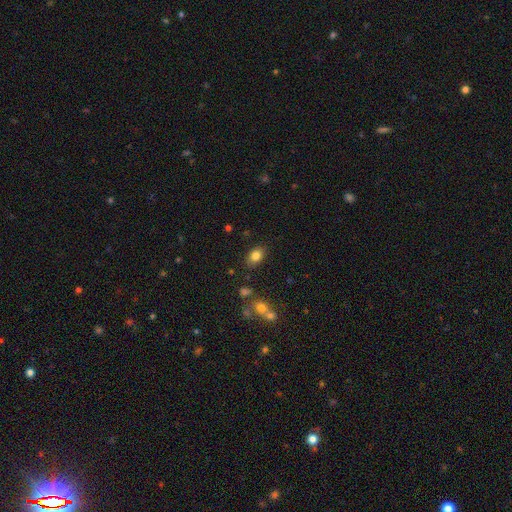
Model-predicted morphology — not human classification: type=smooth (81%); roundness=in between (82%); merging=none (82%).